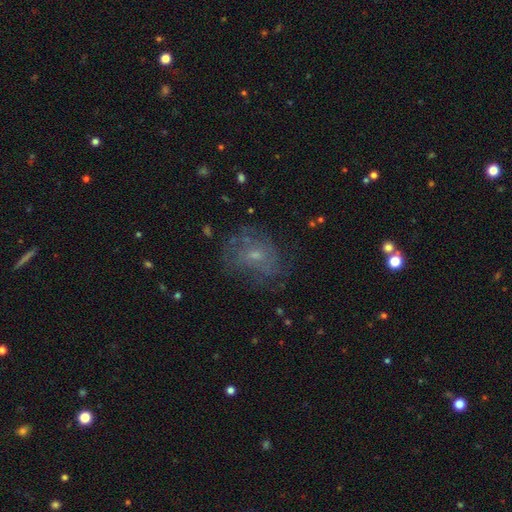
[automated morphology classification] smooth-or-featured: featured or disk: 55% | smooth: 30% | star or artifact: 14%
  disk-edge-on: no: 97% | yes: 3%
    bar: no: 66% | weak: 30% | strong: 4%
    has-spiral-arms: yes: 68% | no: 32%
    bulge-size: small: 62% | moderate: 29% | none: 6% | large: 2% | dominant: 1%
  merging: none: 65% | minor disturbance: 20% | major disturbance: 14% | merger: 2%